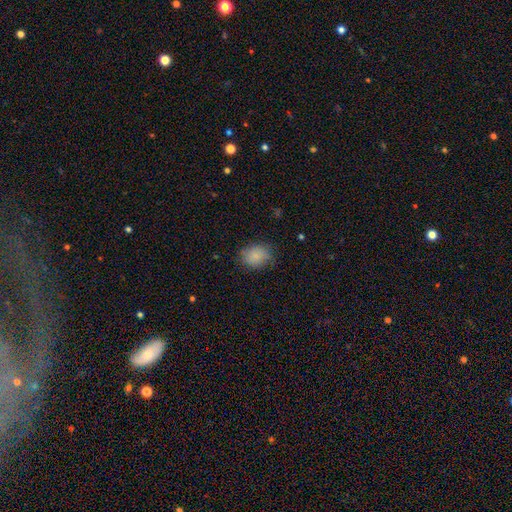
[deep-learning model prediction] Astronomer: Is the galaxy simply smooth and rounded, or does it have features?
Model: smooth — 84%.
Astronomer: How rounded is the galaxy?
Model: in between — 53% (runner-up: round, 46%).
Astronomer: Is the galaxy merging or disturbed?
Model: none — 75%.